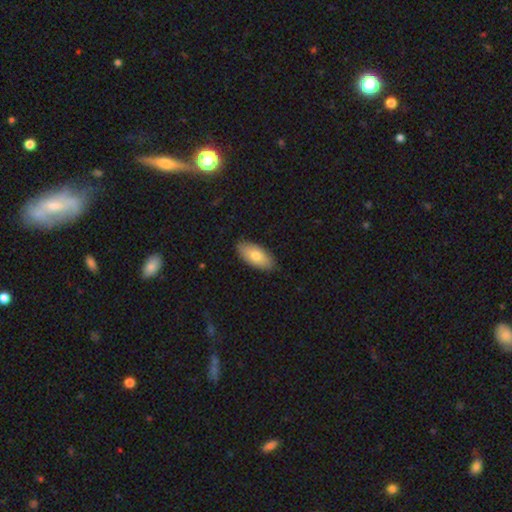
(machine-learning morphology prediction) A smooth galaxy with no disk features (75%) that is in between round and cigar-shaped (91%). Merging: none (86%).